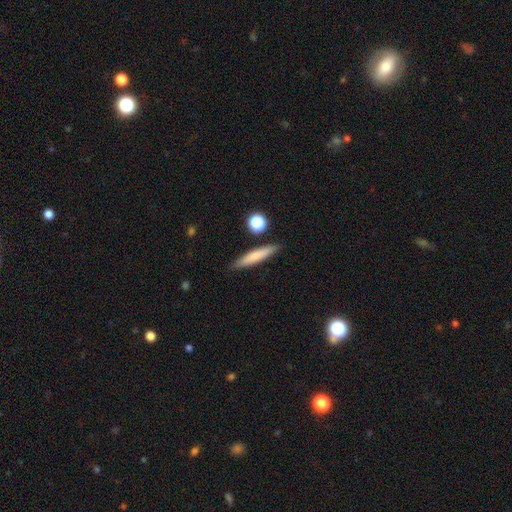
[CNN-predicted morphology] smooth-or-featured: smooth: 73% | featured or disk: 20% | star or artifact: 7%
  how-rounded: cigar-shaped: 89% | in between: 9% | round: 2%
  merging: none: 86% | minor disturbance: 8% | merger: 3% | major disturbance: 2%